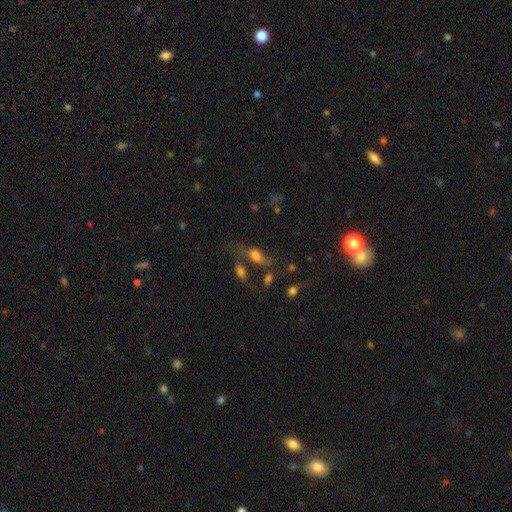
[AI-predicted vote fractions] Smooth or featured: smooth — 61% (featured or disk — 24%)
How rounded: in between — 74% (cigar-shaped — 18%)
Merging: none — 40% (merger — 23%)